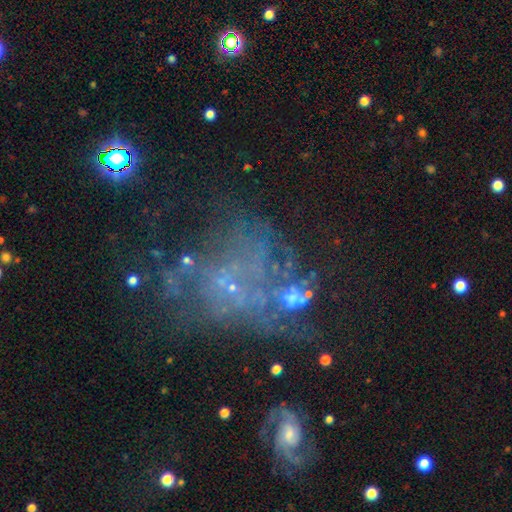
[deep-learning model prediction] Smooth or featured?
  - featured or disk: 51% *
  - star or artifact: 32%
  - smooth: 18%
Edge-on disk?
  - no: 97% *
  - yes: 3%
Merging?
  - none: 37% *
  - major disturbance: 31%
  - merger: 17%
  - minor disturbance: 15%